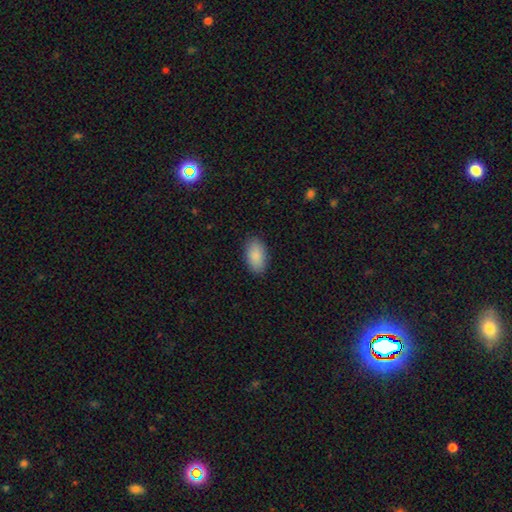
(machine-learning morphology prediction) Overall: smooth (89%). How rounded: in between (94%). Merging: none (88%).